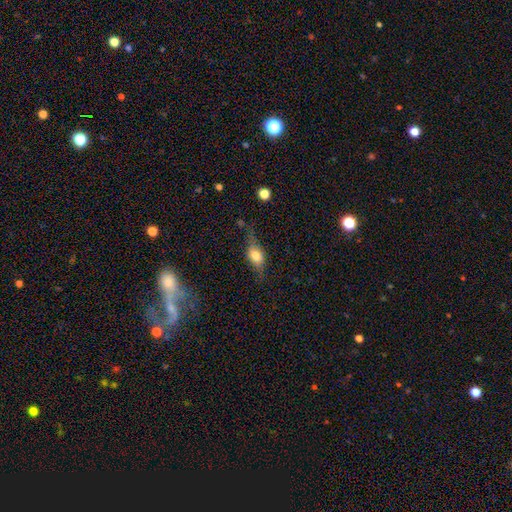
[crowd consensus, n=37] A smooth galaxy with no disk features (73%) that is in between round and cigar-shaped (74%). Merging: none (54%).